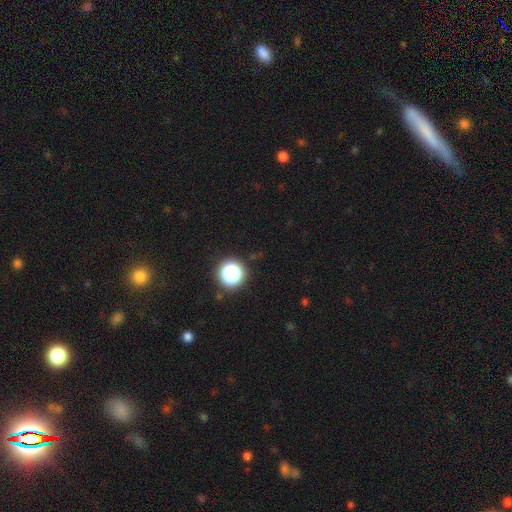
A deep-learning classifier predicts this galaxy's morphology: smooth_or_featured: star or artifact (p=0.69) [alt: smooth p=0.24]